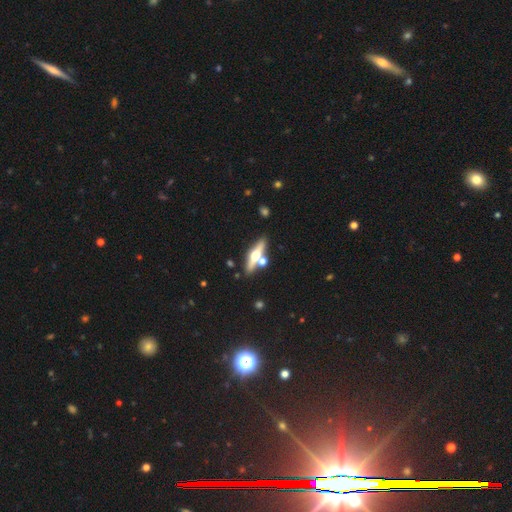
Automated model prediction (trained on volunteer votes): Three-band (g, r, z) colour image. It shows a featured or disk galaxy (63%) viewed edge-on (92%) with a rounded central bulge (95%). Merging: none (73%).